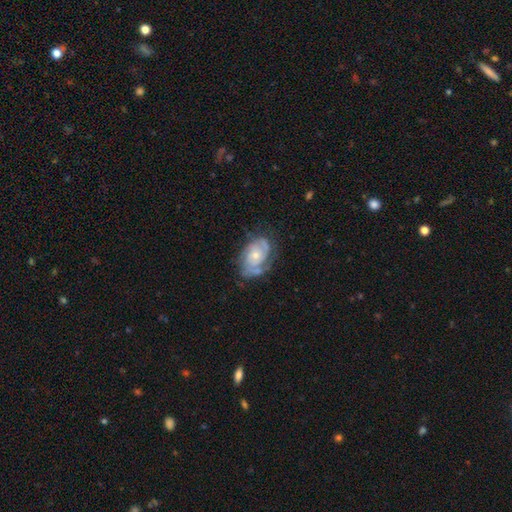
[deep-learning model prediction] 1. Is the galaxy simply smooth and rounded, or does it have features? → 75% featured or disk, 19% smooth, 6% star or artifact.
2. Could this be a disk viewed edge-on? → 96% no, 4% yes.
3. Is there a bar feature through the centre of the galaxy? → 77% no, 19% weak, 4% strong.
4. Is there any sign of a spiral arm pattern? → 86% yes, 14% no.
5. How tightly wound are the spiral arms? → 58% tight, 31% medium, 11% loose.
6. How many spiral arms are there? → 42% 2, 33% can't tell, 12% 3, 7% 1, 3% 4, 3% more than 4.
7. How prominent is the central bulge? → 56% small, 39% moderate, 2% large, 2% none, 1% dominant.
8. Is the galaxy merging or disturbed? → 60% none, 25% minor disturbance, 12% major disturbance, 3% merger.